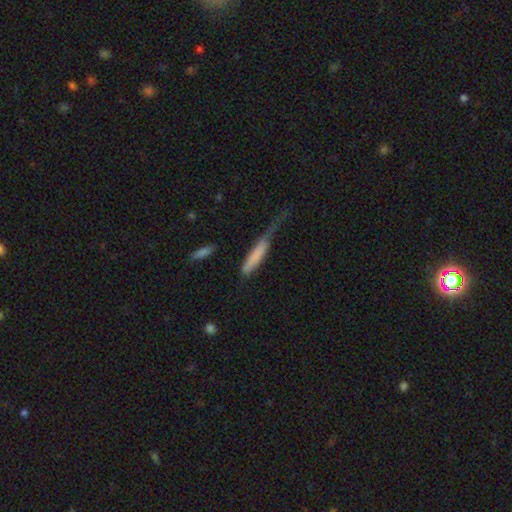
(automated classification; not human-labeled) smooth-or-featured: smooth: 75% | featured or disk: 18% | star or artifact: 7%
  how-rounded: cigar-shaped: 86% | in between: 12% | round: 2%
  merging: major disturbance: 35% | none: 30% | minor disturbance: 30% | merger: 6%